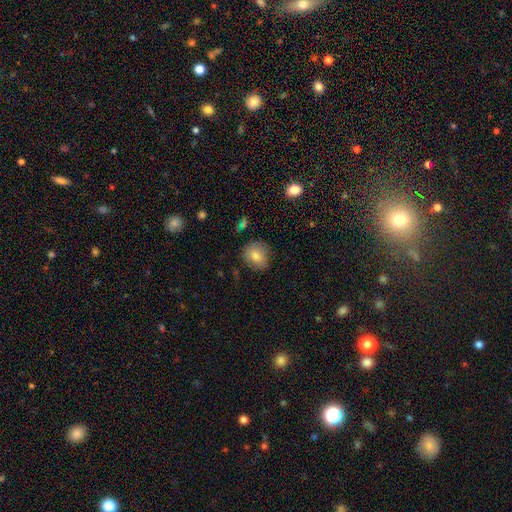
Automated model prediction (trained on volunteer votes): Smooth or featured? smooth (80%)
How rounded? round (73%)
Merging? none (76%)